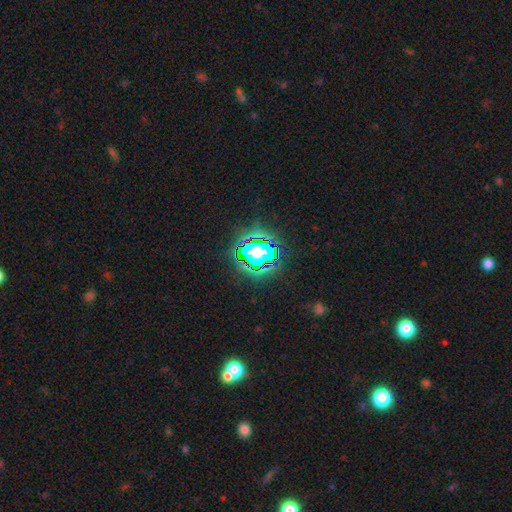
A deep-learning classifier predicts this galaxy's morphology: Smooth or featured?
  - star or artifact: 79% *
  - smooth: 14%
  - featured or disk: 7%